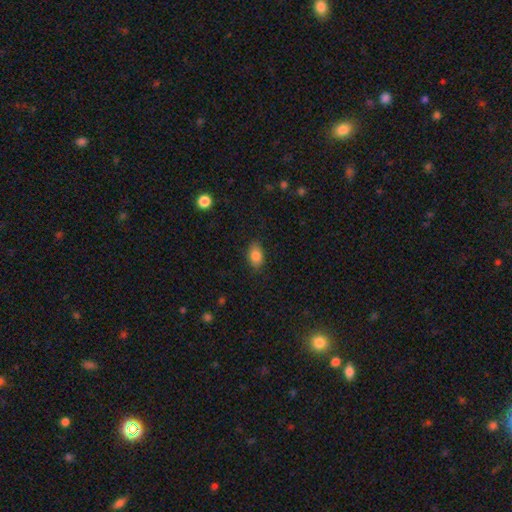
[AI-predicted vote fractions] Smooth or featured: smooth — 84% (star or artifact — 9%)
How rounded: in between — 85% (round — 13%)
Merging: none — 85% (minor disturbance — 12%)